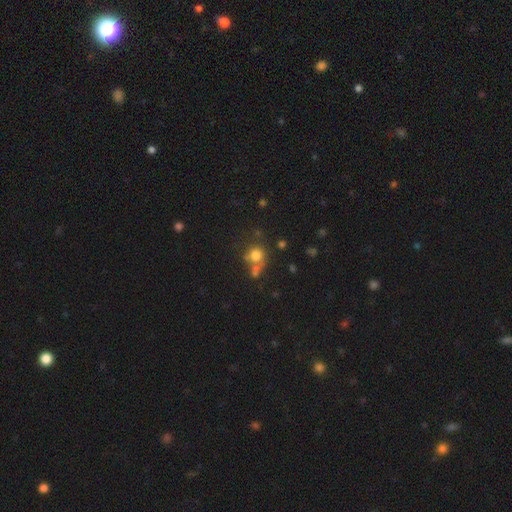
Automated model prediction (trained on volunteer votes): Overall: smooth (71%). How rounded: round (83%). Merging: none (49%; merger 32%).